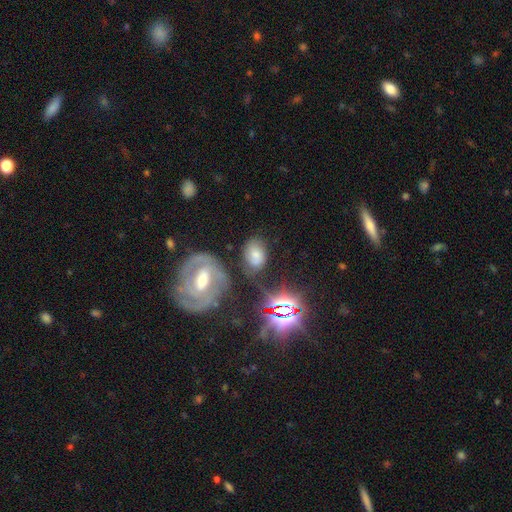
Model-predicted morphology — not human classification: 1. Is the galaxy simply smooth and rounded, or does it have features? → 56% smooth, 26% featured or disk, 18% star or artifact.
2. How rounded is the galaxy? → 80% in between, 18% round, 1% cigar-shaped.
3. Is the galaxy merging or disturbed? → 57% none, 22% minor disturbance, 11% merger, 10% major disturbance.